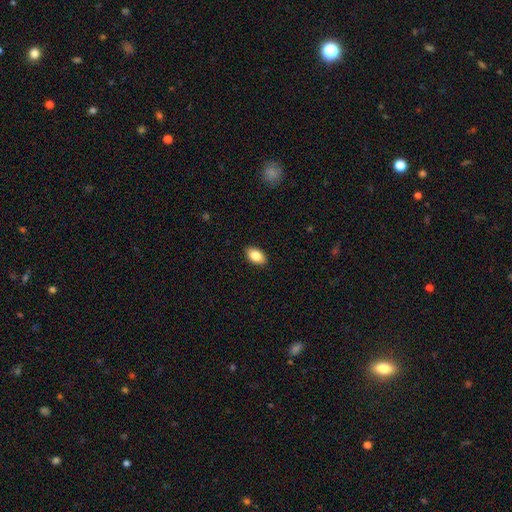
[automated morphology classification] This appears to be a smooth galaxy with no disk features (84%) that is in between round and cigar-shaped (92%). Merging: none (89%).